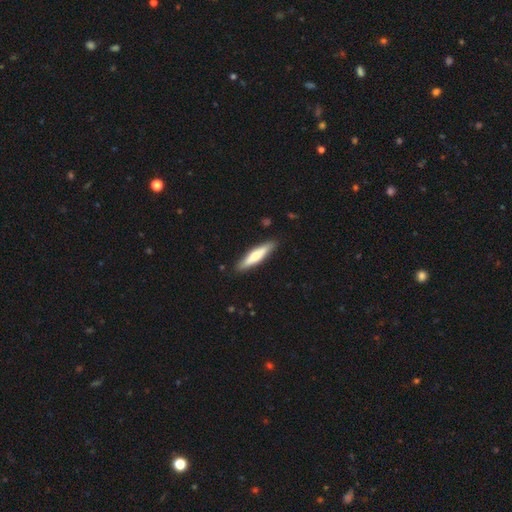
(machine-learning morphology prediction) Overall: smooth (59%; featured or disk 36%). How rounded: cigar-shaped (79%). Merging: none (88%).